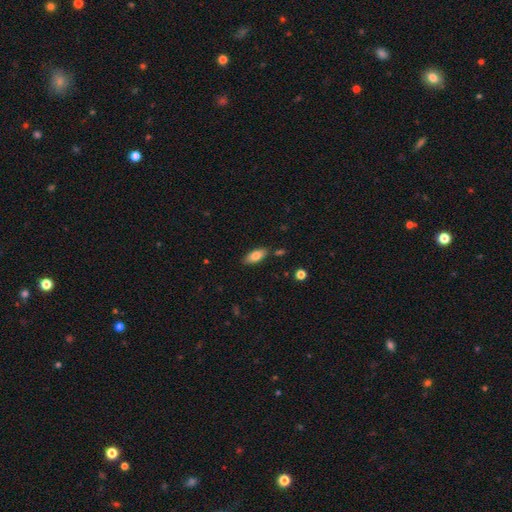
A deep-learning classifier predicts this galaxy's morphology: Smooth or featured? Predicted: smooth (p=0.81). How rounded? Predicted: in between (p=0.81). Merging? Predicted: none (p=0.80).